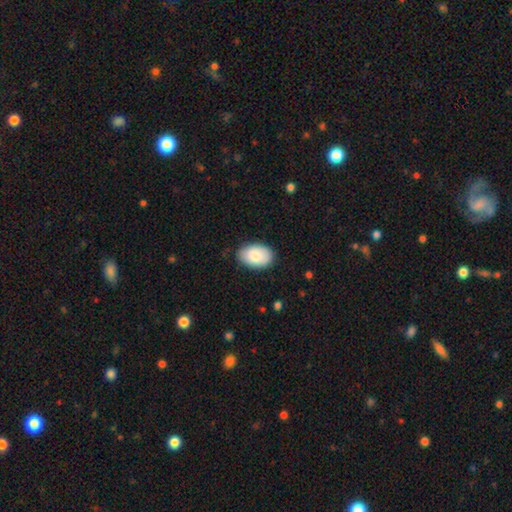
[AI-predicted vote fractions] Smooth or featured: smooth — 84% (featured or disk — 10%)
How rounded: in between — 91% (round — 8%)
Merging: none — 82% (minor disturbance — 14%)